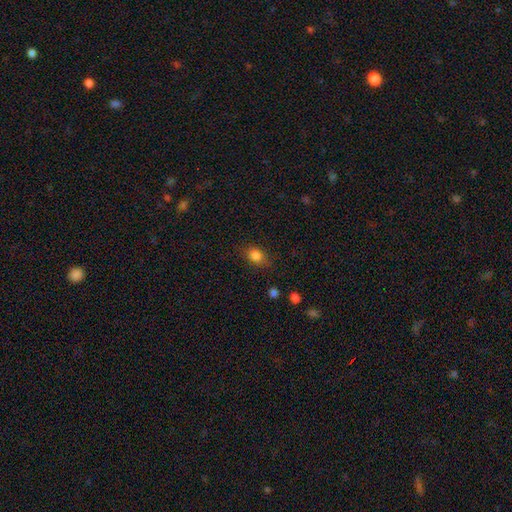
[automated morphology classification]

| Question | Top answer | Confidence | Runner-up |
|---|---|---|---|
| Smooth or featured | smooth | 83% | star or artifact (11%) |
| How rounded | in between | 53% | round (46%) |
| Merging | none | 78% | minor disturbance (16%) |